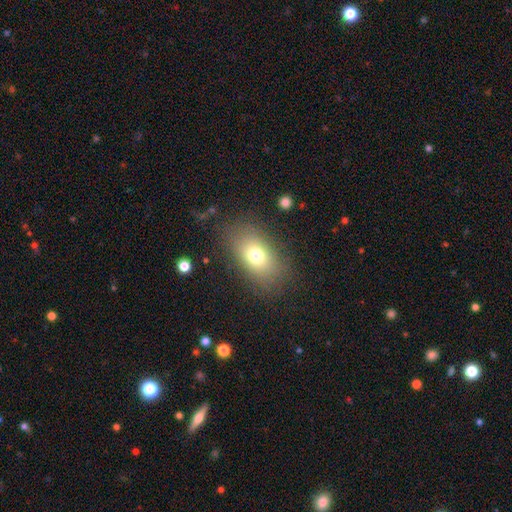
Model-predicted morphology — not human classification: Overall: smooth (73%). How rounded: in between (83%). Merging: none (79%).